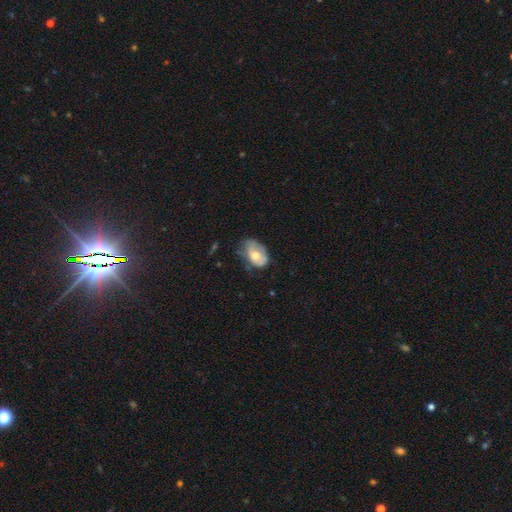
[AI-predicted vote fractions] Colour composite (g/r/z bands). It shows a smooth galaxy with no disk features (59%) that is in between round and cigar-shaped (86%). Merging: none (43%).